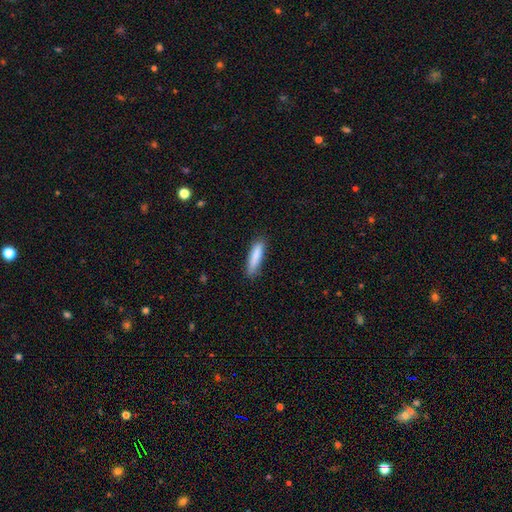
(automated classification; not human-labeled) Q: Smooth or featured?
A: smooth (86%); runner-up: featured or disk (8%)
Q: How rounded?
A: cigar-shaped (79%); runner-up: in between (20%)
Q: Merging?
A: none (85%); runner-up: minor disturbance (12%)